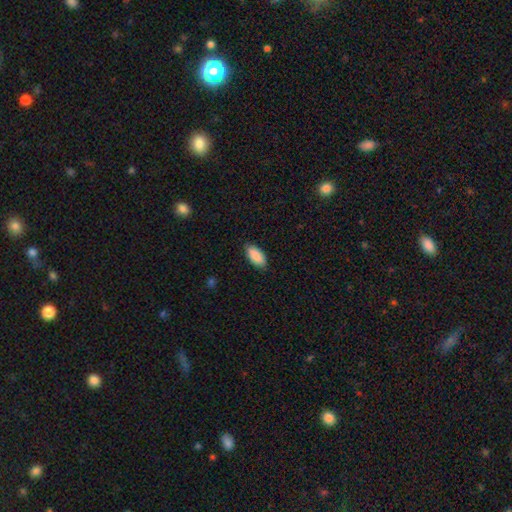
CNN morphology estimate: This is clearly a smooth galaxy (89%). How rounded: clearly in between (91%). Merging: clearly none (86%).